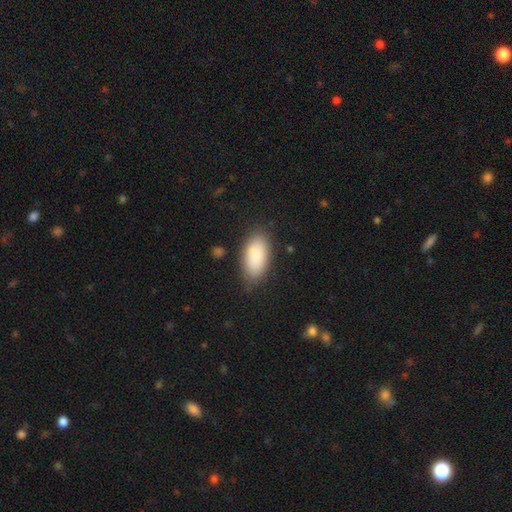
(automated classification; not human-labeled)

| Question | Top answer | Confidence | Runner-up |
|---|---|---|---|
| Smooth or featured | smooth | 85% | featured or disk (8%) |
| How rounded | in between | 92% | cigar-shaped (5%) |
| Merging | none | 79% | minor disturbance (14%) |